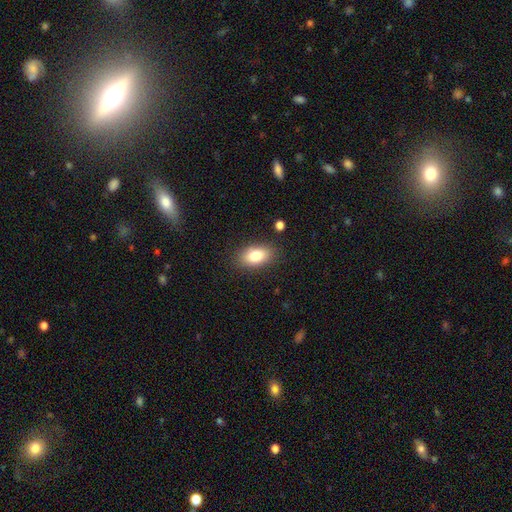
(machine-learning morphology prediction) A smooth galaxy with no disk features (80%) that is in between round and cigar-shaped (88%). Merging: none (85%).